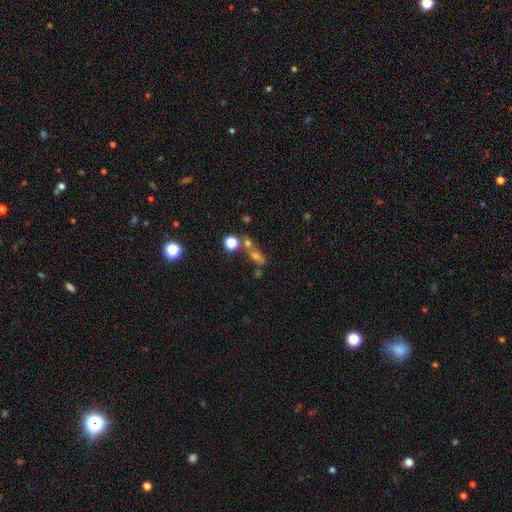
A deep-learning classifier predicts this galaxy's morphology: This is possibly a smooth galaxy (51%). How rounded: possibly in between (48%). Merging: possibly none (45%).